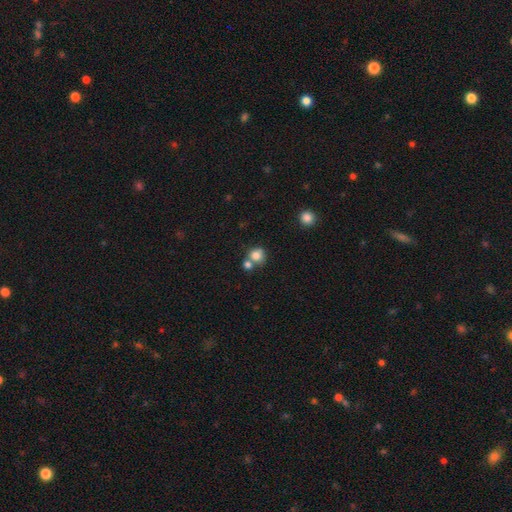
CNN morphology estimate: smooth-or-featured: smooth: 80% | star or artifact: 11% | featured or disk: 9%
  how-rounded: round: 81% | in between: 18% | cigar-shaped: 1%
  merging: none: 48% | merger: 38% | minor disturbance: 10% | major disturbance: 4%